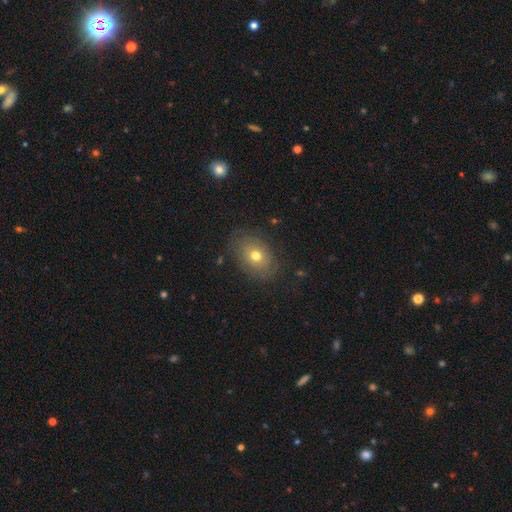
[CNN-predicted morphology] smooth_or_featured: smooth (p=0.57) [alt: featured or disk p=0.32]
how_rounded: in between (p=0.72) [alt: round p=0.27]
merging: none (p=0.77) [alt: minor disturbance p=0.15]